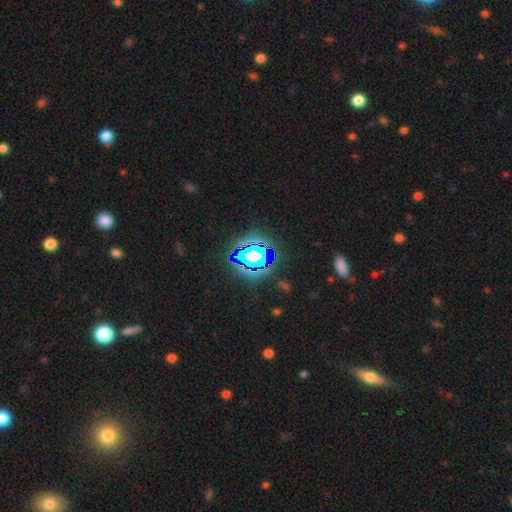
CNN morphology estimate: smooth_or_featured: star or artifact (p=0.70) [alt: smooth p=0.17]